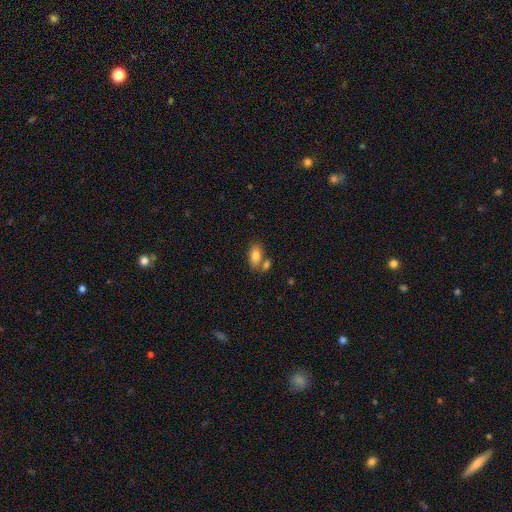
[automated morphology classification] This appears to be a smooth galaxy with no disk features (82%) that is in between round and cigar-shaped (90%). Merging: none (57%).